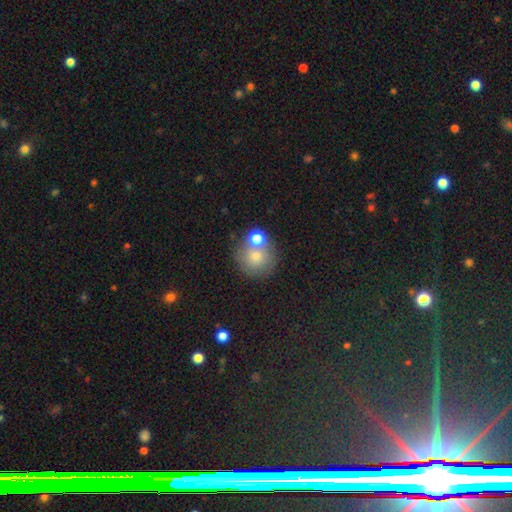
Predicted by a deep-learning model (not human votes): Smooth or featured?
  - smooth: 74% *
  - featured or disk: 15%
  - star or artifact: 11%
How rounded?
  - round: 91% *
  - in between: 8%
  - cigar-shaped: 1%
Merging?
  - none: 59% *
  - merger: 25%
  - minor disturbance: 11%
  - major disturbance: 4%